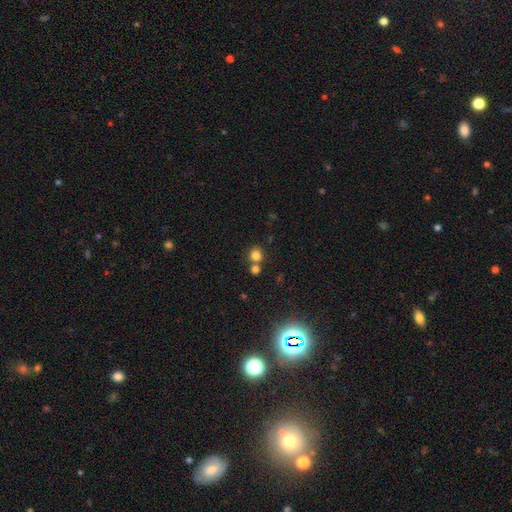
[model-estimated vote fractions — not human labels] The model was most divided on "merging": none: 61%, merger: 29%, minor disturbance: 8%, major disturbance: 3%. More confident: how rounded — round (85%); smooth or featured — smooth (79%).